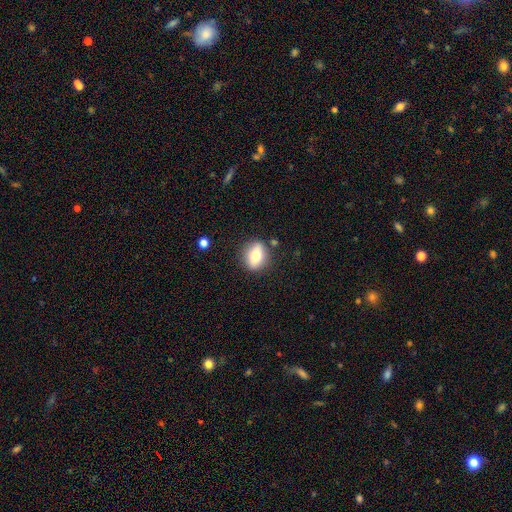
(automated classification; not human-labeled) Smooth or featured? Predicted: smooth (p=0.70). How rounded? Predicted: in between (p=0.57). Merging? Predicted: none (p=0.83).